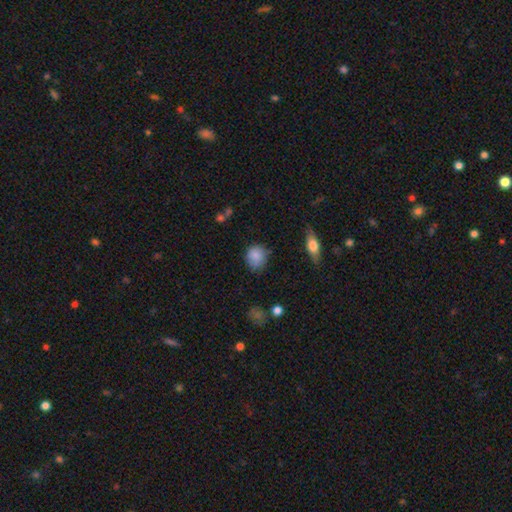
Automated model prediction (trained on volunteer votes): A smooth galaxy with no disk features (82%) that is round (76%). Merging: none (69%).